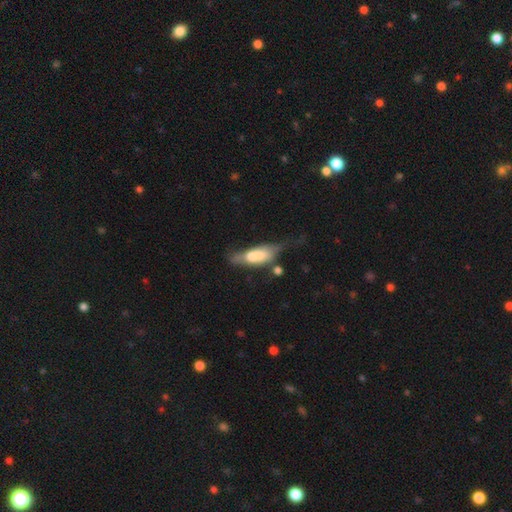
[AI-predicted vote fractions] A smooth galaxy with no disk features (60%) that is in between round and cigar-shaped (64%).

Vote fractions:
- Smooth or featured? smooth: 60% / featured or disk: 33% / star or artifact: 7%
- How rounded? in between: 64% / cigar-shaped: 33% / round: 3%
- Merging? major disturbance: 30% / minor disturbance: 28% / none: 26% / merger: 17%